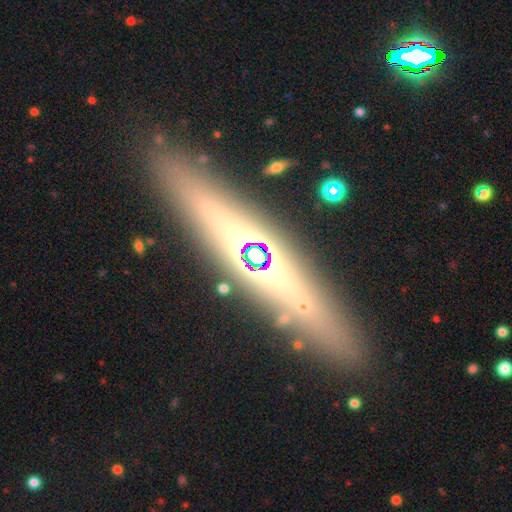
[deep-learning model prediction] A featured or disk galaxy (60%) viewed edge-on (89%) with a rounded central bulge (77%).

Vote fractions:
- Smooth or featured? featured or disk: 60% / smooth: 26% / star or artifact: 14%
- Edge-on disk? yes: 89% / no: 11%
- Edge-on bulge? rounded: 77% / none: 17% / boxy: 7%
- Merging? none: 88% / minor disturbance: 7% / major disturbance: 2% / merger: 2%